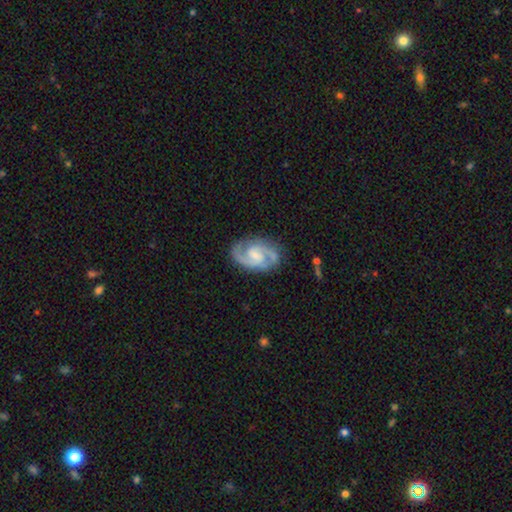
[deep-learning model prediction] Smooth or featured? featured or disk (89%)
Edge-on disk? no (98%)
Bar? weak (51%)
Spiral arms? yes (98%)
Spiral winding? medium (55%)
Spiral arm count? 2 (88%)
Bulge size? small (39%)
Merging? none (80%)